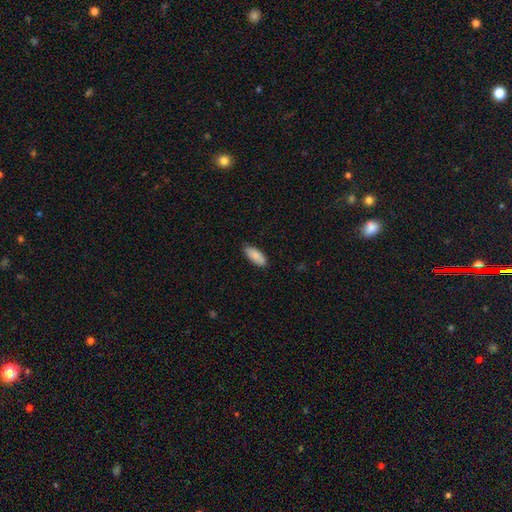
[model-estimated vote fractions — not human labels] Smooth or featured: smooth — 88% (featured or disk — 7%)
How rounded: in between — 80% (cigar-shaped — 18%)
Merging: none — 85% (minor disturbance — 12%)